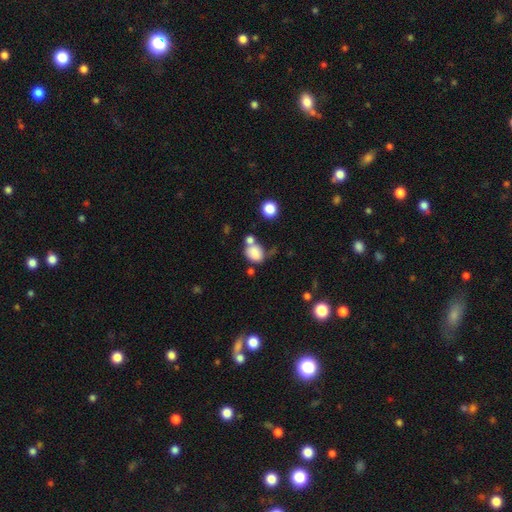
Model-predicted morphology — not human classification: type=smooth (80%); roundness=in between (59%); merging=none (40%).